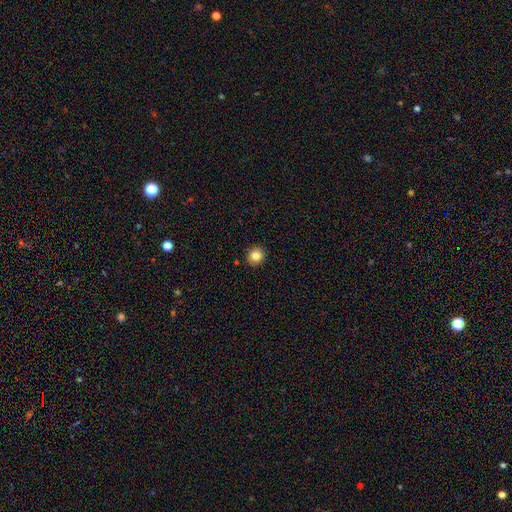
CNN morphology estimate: A smooth galaxy with no disk features (82%) that is round (86%).

Vote fractions:
- Smooth or featured? smooth: 82% / star or artifact: 11% / featured or disk: 7%
- How rounded? round: 86% / in between: 13% / cigar-shaped: 1%
- Merging? none: 92% / minor disturbance: 6% / major disturbance: 1% / merger: 1%